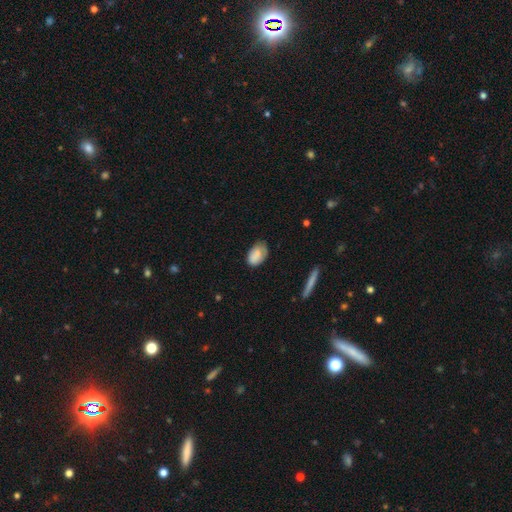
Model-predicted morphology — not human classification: Smooth or featured? Predicted: smooth (p=0.82). How rounded? Predicted: in between (p=0.88). Merging? Predicted: none (p=0.60).